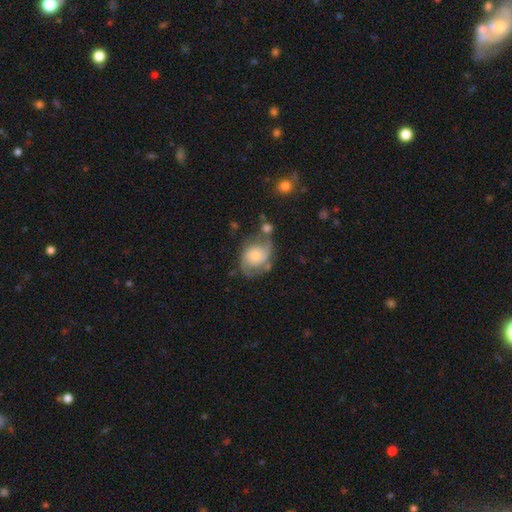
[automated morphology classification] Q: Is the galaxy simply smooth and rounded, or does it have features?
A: featured or disk — 66%.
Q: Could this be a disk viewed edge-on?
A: no — 97%.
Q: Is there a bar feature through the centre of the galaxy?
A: no — 72%.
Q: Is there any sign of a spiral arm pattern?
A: yes — 89%.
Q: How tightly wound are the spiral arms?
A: medium — 46%.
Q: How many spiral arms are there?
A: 2 — 83%.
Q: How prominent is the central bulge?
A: small — 45%.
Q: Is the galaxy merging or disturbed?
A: none — 48%.